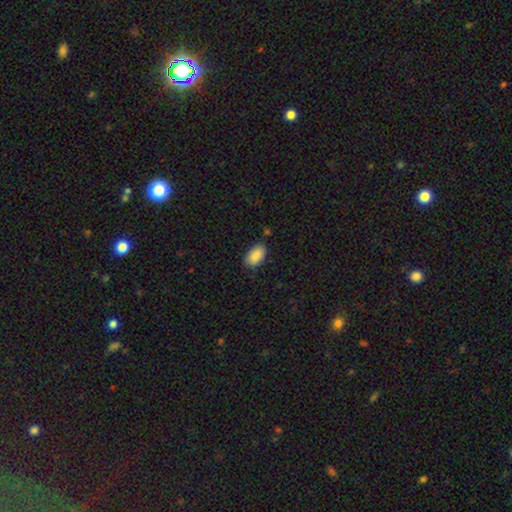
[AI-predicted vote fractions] smooth 90%, star or artifact 7%, featured or disk 4%. Down the decision tree: how rounded — in between (94%); merging — none (80%).